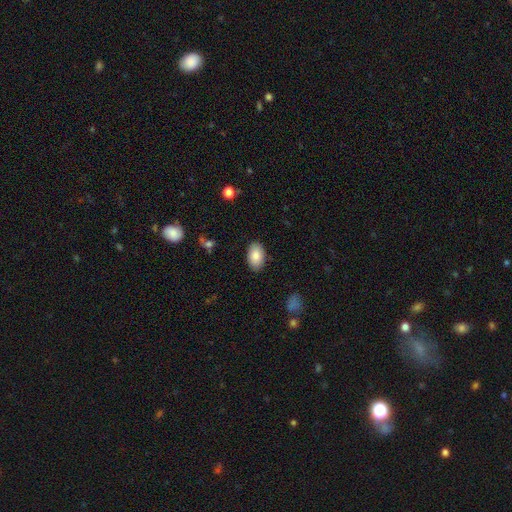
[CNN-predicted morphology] This appears to be a smooth galaxy with no disk features (86%) that is in between round and cigar-shaped (93%). Merging: none (87%).